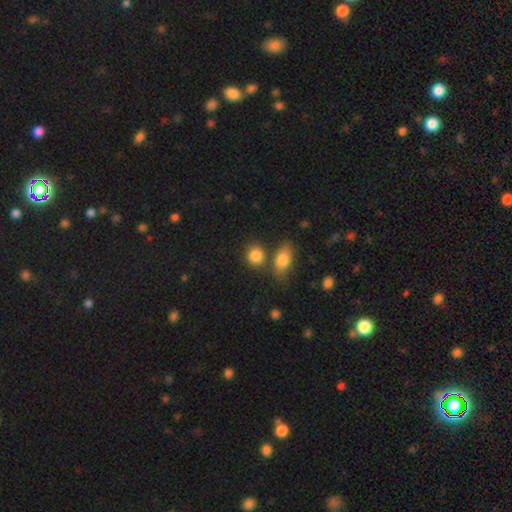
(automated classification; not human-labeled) The model was most divided on "how rounded": round: 62%, in between: 36%, cigar-shaped: 2%. More confident: smooth or featured — smooth (85%); merging — none (63%).